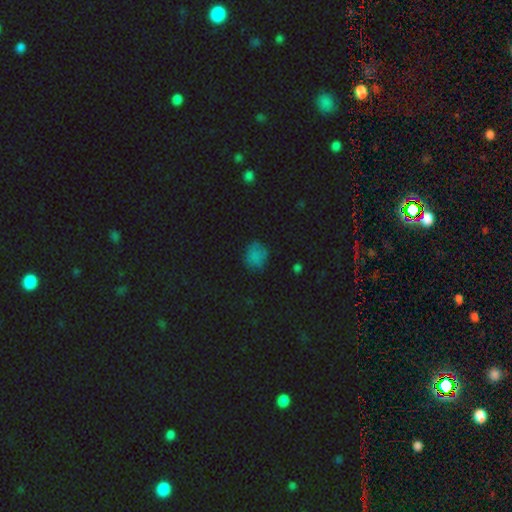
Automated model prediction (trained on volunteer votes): Overall: smooth (72%). How rounded: round (69%; in between 30%). Merging: none (67%).